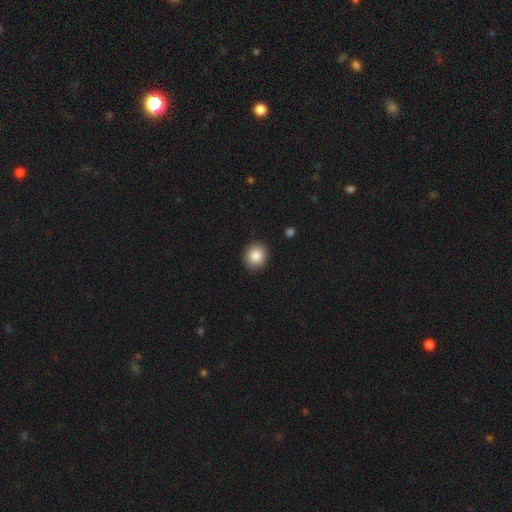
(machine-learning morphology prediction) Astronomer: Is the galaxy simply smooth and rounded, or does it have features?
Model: smooth — 87%.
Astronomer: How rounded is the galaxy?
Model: round — 77%.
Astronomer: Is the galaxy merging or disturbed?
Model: none — 90%.